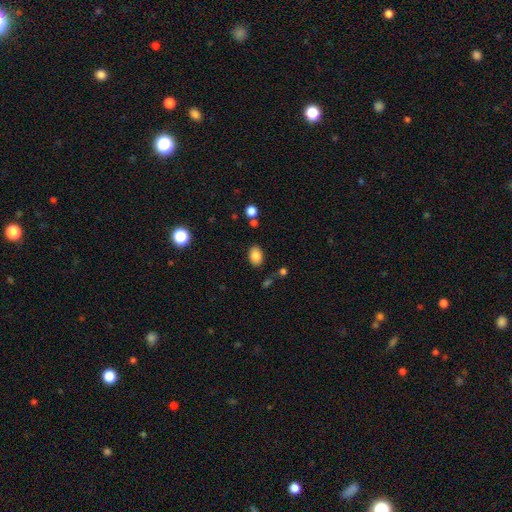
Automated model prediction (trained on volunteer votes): This appears to be a smooth galaxy with no disk features (84%) that is in between round and cigar-shaped (79%). Merging: none (82%).